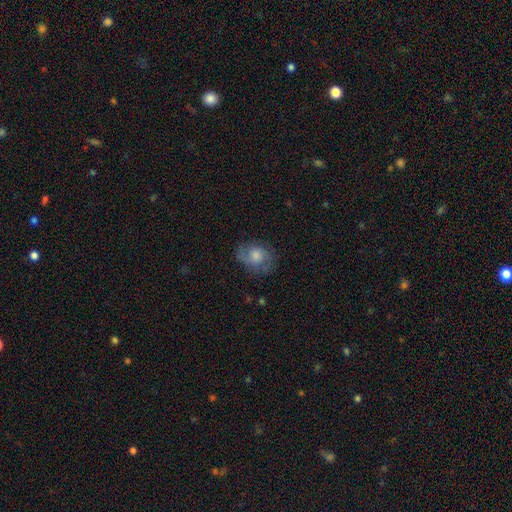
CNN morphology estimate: Smooth or featured? smooth (48%)
Merging? none (68%)